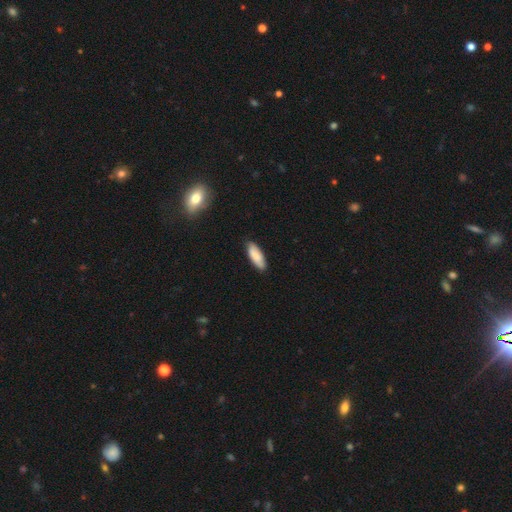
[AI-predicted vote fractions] Smooth or featured? smooth (85%)
How rounded? in between (66%)
Merging? none (84%)